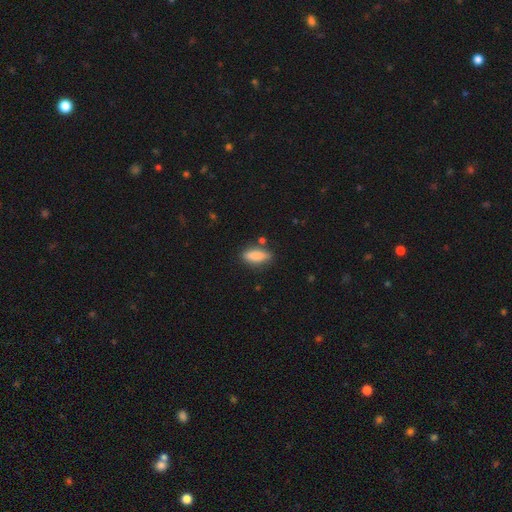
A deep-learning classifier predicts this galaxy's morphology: This appears to be a smooth galaxy with no disk features (84%) that is in between round and cigar-shaped (64%). Merging: none (77%).